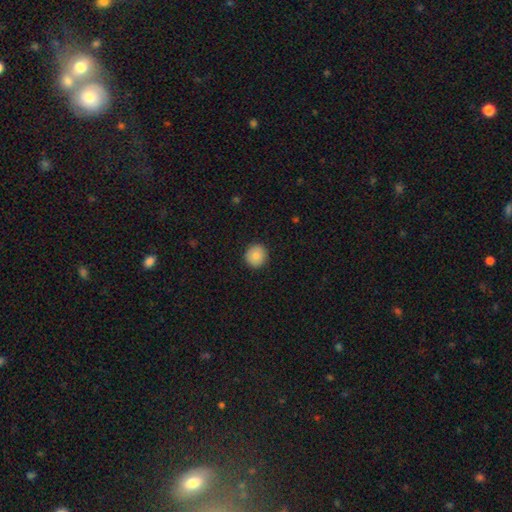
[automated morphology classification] smooth 84%, star or artifact 8%, featured or disk 8%. Down the decision tree: how rounded — round (93%); merging — none (92%).